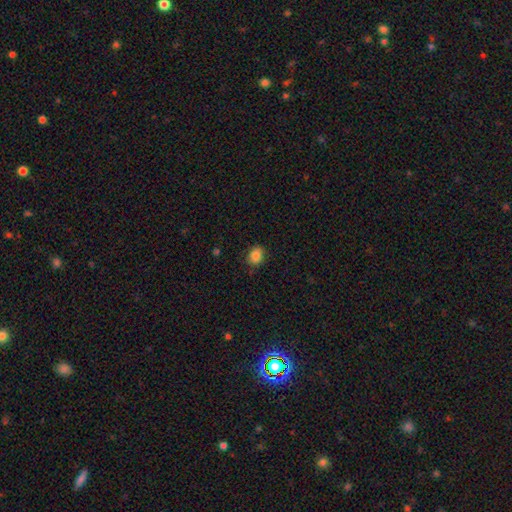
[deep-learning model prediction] smooth_or_featured: smooth (p=0.84) [alt: star or artifact p=0.10]
how_rounded: in between (p=0.52) [alt: round p=0.47]
merging: none (p=0.85) [alt: minor disturbance p=0.12]